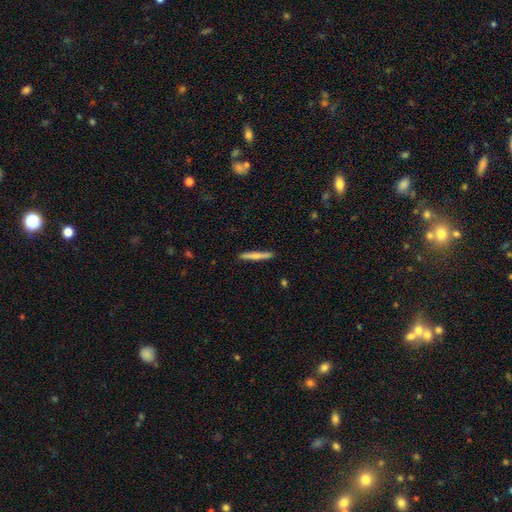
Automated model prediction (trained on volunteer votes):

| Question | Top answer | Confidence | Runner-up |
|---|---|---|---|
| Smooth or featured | smooth | 64% | featured or disk (31%) |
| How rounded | cigar-shaped | 95% | in between (3%) |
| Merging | none | 89% | minor disturbance (8%) |